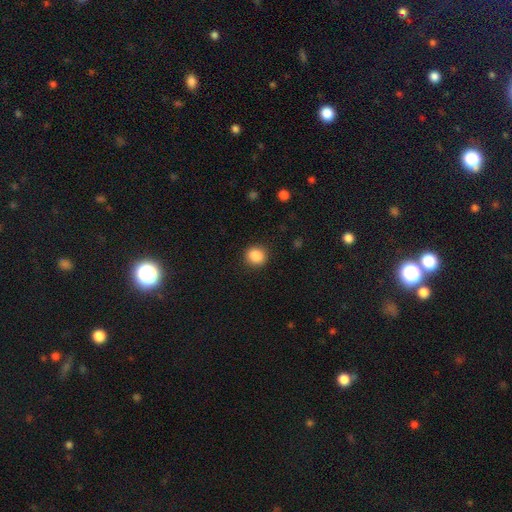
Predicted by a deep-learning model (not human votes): Smooth or featured?
  - smooth: 87% *
  - star or artifact: 9%
  - featured or disk: 4%
How rounded?
  - round: 84% *
  - in between: 15%
  - cigar-shaped: 1%
Merging?
  - none: 90% *
  - minor disturbance: 7%
  - major disturbance: 2%
  - merger: 1%